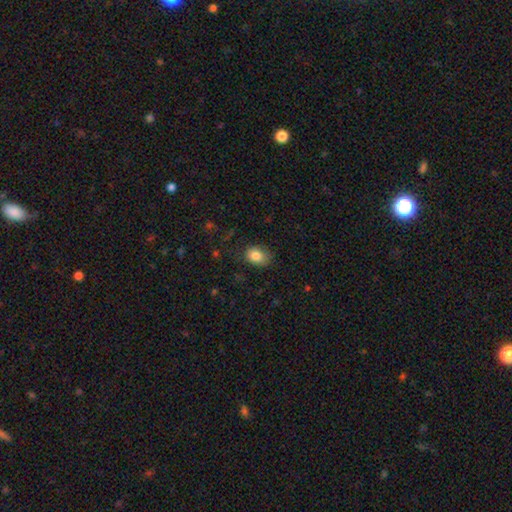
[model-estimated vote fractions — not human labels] The model was most divided on "how rounded": in between: 69%, round: 30%, cigar-shaped: 1%. More confident: smooth or featured — smooth (84%); merging — none (74%).